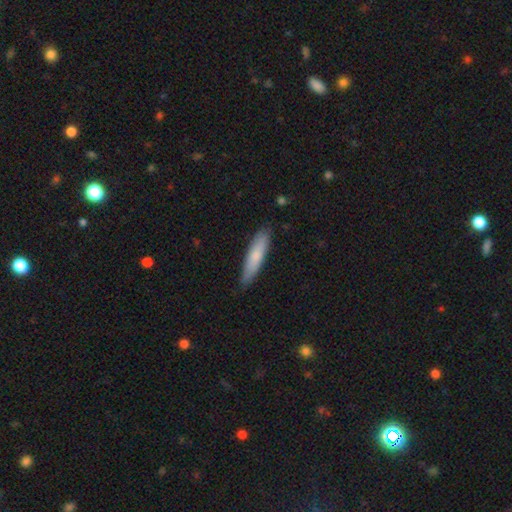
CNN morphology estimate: This appears to be a smooth galaxy with no disk features (74%) that is cigar-shaped (81%). Merging: none (84%).